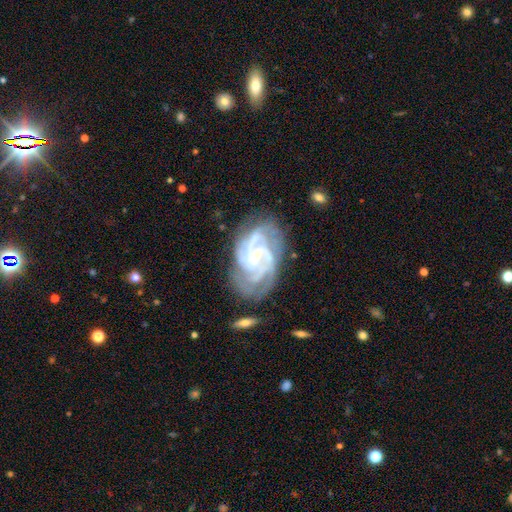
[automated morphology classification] A featured or disk galaxy (88%) with no bar (45%), 3 (29%) tight (61%) spiral arms (97%) and a small central bulge (70%).

Vote fractions:
- Smooth or featured? featured or disk: 88% / smooth: 6% / star or artifact: 6%
- Edge-on disk? no: 98% / yes: 2%
- Bar? no: 45% / weak: 40% / strong: 15%
- Spiral arms? yes: 97% / no: 3%
- Spiral winding? tight: 61% / medium: 33% / loose: 5%
- Spiral arm count? 3: 29% / 4: 26% / can't tell: 18% / 2: 13% / more than 4: 8% / 1: 6%
- Bulge size? small: 70% / none: 16% / moderate: 11% / large: 1% / dominant: 1%
- Merging? none: 68% / minor disturbance: 19% / major disturbance: 9% / merger: 3%